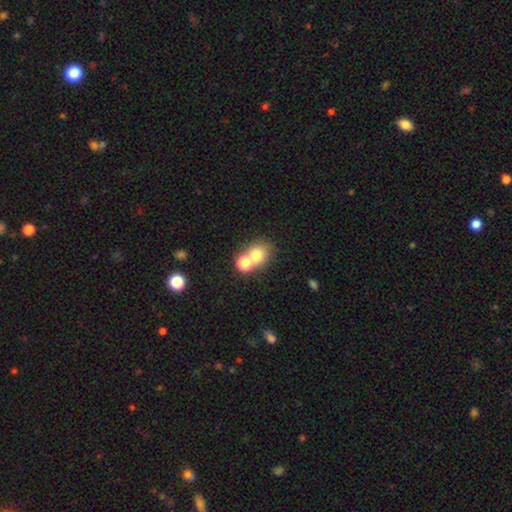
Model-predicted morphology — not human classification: Smooth or featured: smooth — 72% (star or artifact — 14%)
How rounded: round — 72% (in between — 27%)
Merging: merger — 47% (none — 42%)